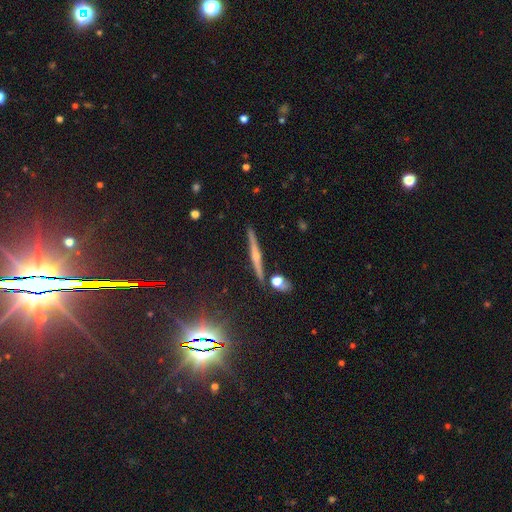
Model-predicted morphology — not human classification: type=featured or disk (72%); edge-on=yes (97%); edge-on bulge=rounded (87%); merging=none (88%).